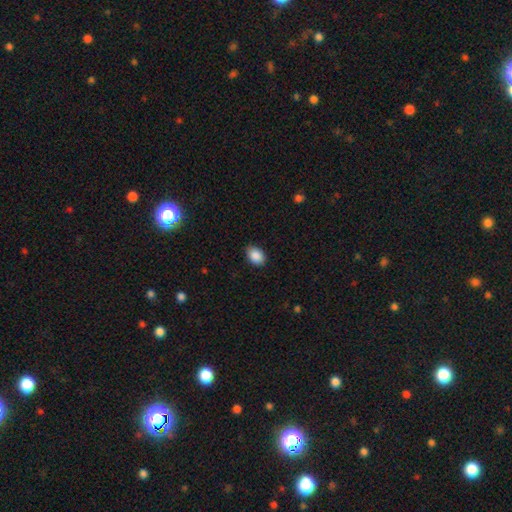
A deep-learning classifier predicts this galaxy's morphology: Q: Smooth or featured?
A: smooth (90%); runner-up: star or artifact (7%)
Q: How rounded?
A: in between (78%); runner-up: round (21%)
Q: Merging?
A: none (84%); runner-up: minor disturbance (13%)